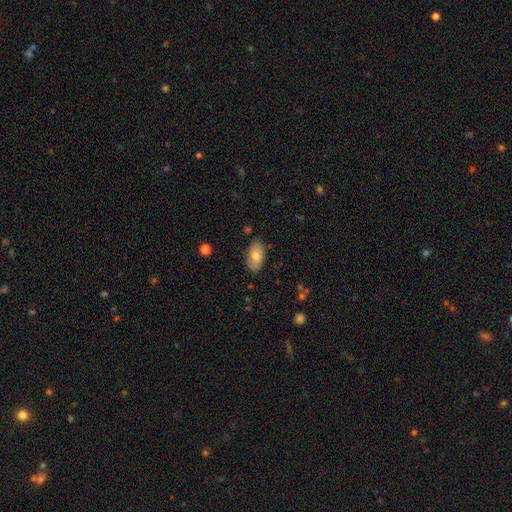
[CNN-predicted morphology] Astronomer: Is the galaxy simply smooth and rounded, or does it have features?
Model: smooth — 68%.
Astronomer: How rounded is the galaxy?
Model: in between — 93%.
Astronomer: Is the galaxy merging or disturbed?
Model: none — 79%.